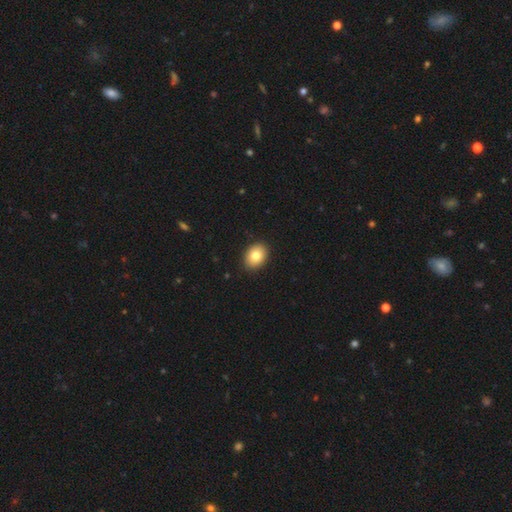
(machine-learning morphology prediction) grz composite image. It shows a smooth galaxy with no disk features (80%) that is in between round and cigar-shaped (63%). Merging: none (90%).